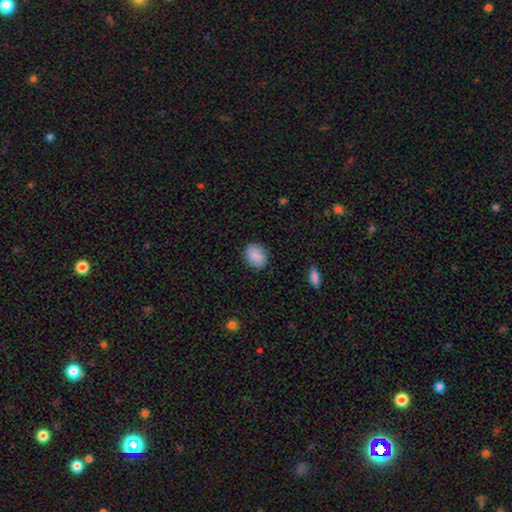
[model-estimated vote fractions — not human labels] Overall: smooth (86%). How rounded: in between (56%; round 43%). Merging: none (87%).